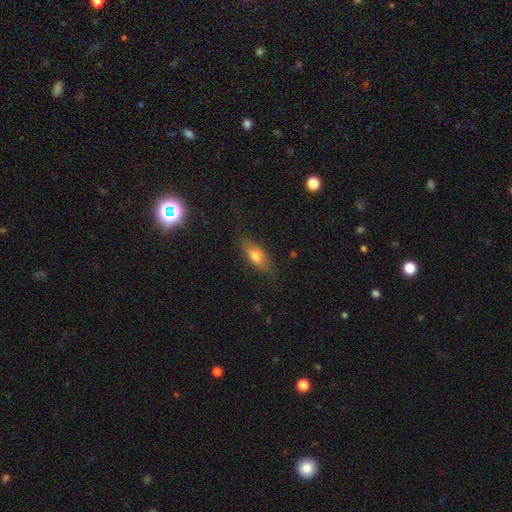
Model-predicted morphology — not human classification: smooth 70%, featured or disk 22%, star or artifact 8%. Down the decision tree: how rounded — in between (73%); merging — none (78%).